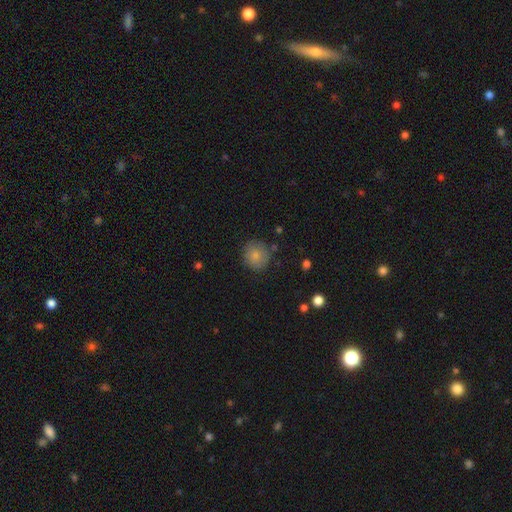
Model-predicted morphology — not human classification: type=smooth (82%); roundness=round (89%); merging=none (82%).